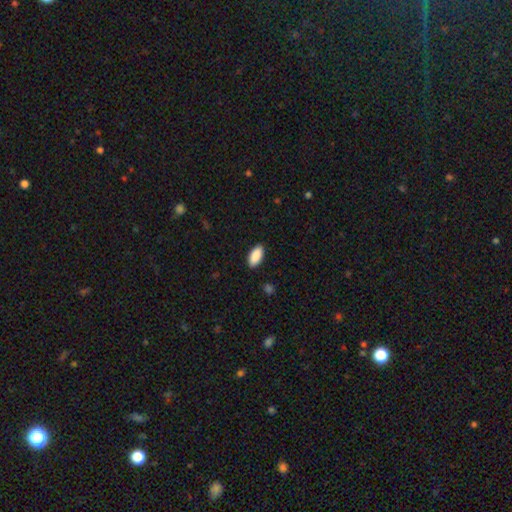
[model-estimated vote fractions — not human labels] This appears to be a smooth galaxy with no disk features (90%) that is in between round and cigar-shaped (92%). Merging: none (90%).